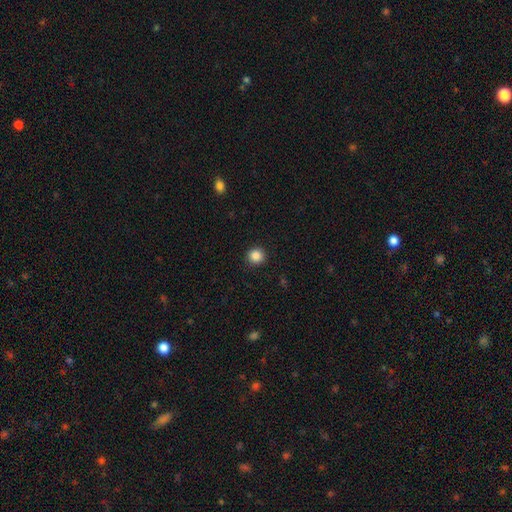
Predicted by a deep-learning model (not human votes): Smooth or featured: smooth — 86% (star or artifact — 10%)
How rounded: round — 92% (in between — 7%)
Merging: none — 92% (minor disturbance — 6%)